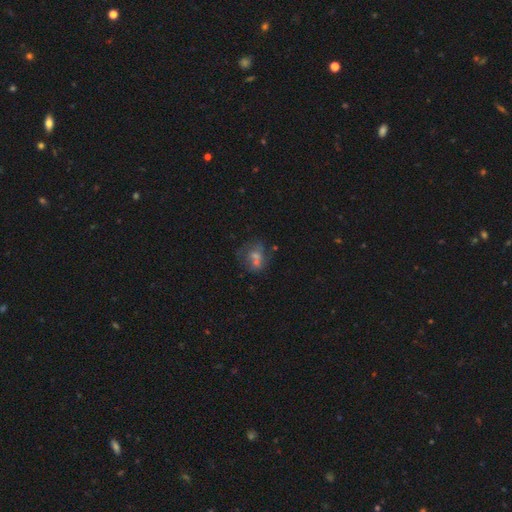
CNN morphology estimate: smooth_or_featured: smooth (p=0.40) [alt: featured or disk p=0.33]
merging: none (p=0.50) [alt: minor disturbance p=0.18]